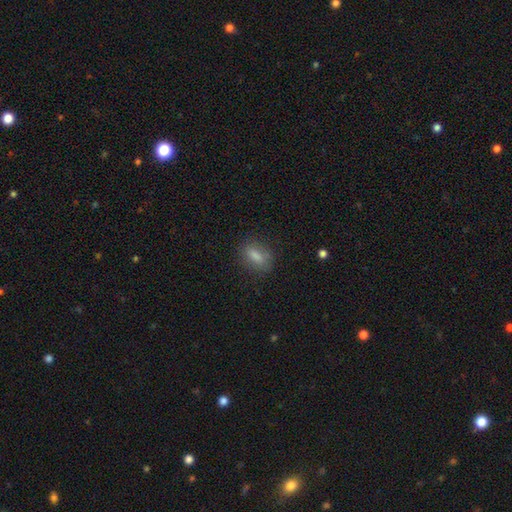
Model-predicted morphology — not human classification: smooth-or-featured: smooth: 77% | featured or disk: 11% | star or artifact: 11%
  how-rounded: in between: 71% | cigar-shaped: 15% | round: 14%
  merging: none: 82% | minor disturbance: 13% | major disturbance: 4% | merger: 1%